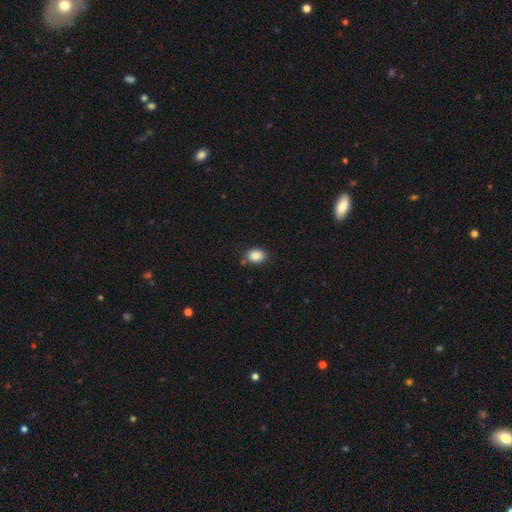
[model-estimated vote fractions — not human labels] smooth-or-featured: smooth: 88% | star or artifact: 9% | featured or disk: 4%
  how-rounded: in between: 67% | round: 32% | cigar-shaped: 1%
  merging: none: 79% | minor disturbance: 14% | merger: 3% | major disturbance: 3%